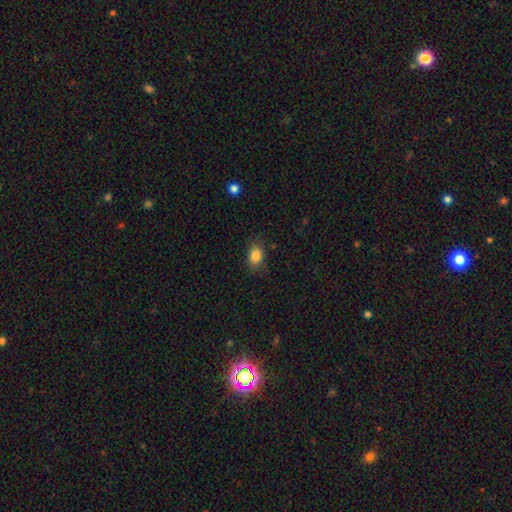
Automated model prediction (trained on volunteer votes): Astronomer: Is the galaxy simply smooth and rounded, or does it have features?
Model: smooth — 85%.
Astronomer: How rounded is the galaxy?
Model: in between — 75%.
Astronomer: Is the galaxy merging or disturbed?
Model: none — 79%.